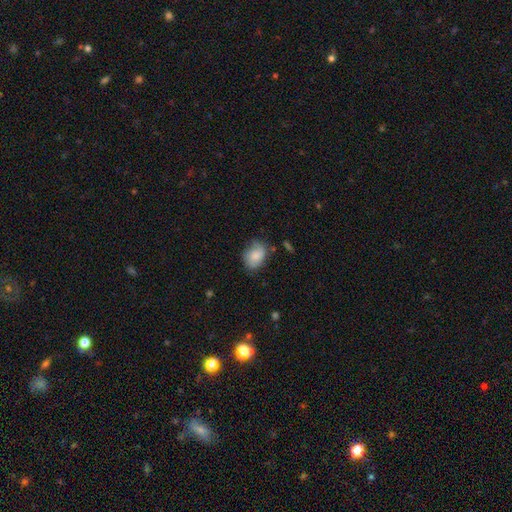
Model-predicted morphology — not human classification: Smooth or featured?
  - smooth: 77% *
  - featured or disk: 15%
  - star or artifact: 7%
How rounded?
  - in between: 70% *
  - round: 29%
  - cigar-shaped: 1%
Merging?
  - none: 64% *
  - minor disturbance: 27%
  - major disturbance: 7%
  - merger: 2%